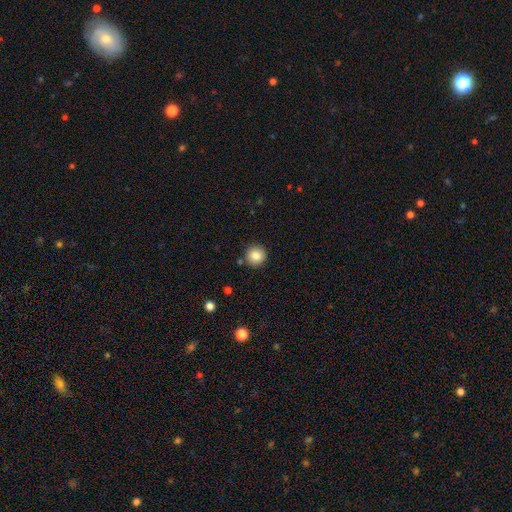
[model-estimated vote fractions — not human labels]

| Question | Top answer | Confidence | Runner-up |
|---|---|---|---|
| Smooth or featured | smooth | 84% | star or artifact (10%) |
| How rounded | round | 95% | in between (4%) |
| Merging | none | 88% | minor disturbance (7%) |